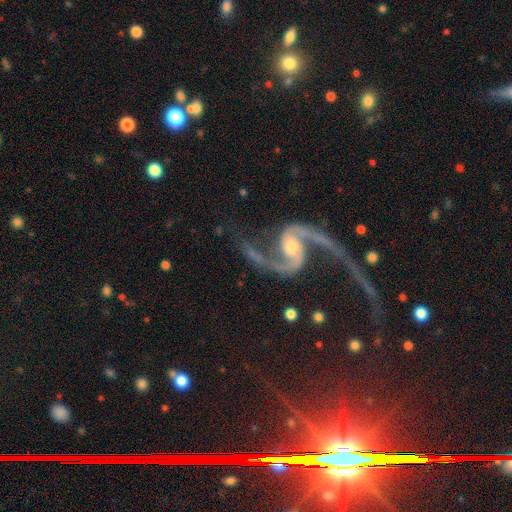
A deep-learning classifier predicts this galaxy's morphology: This appears to be a featured or disk galaxy (92%) with no bar (45%), 2 (94%) loose (63%) spiral arms (98%) and a small central bulge (44%). Merging: none (64%).